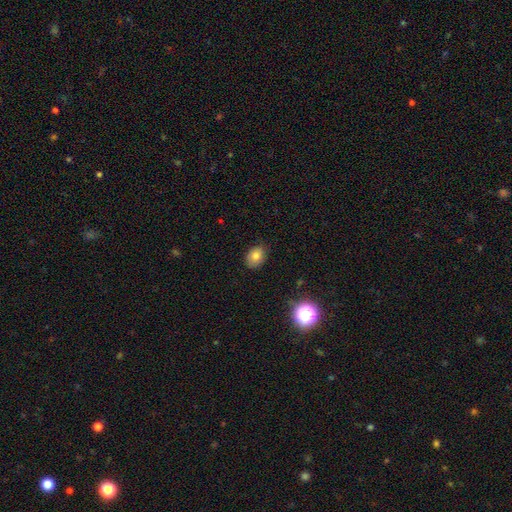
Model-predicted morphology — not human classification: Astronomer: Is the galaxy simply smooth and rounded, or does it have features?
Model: smooth — 77%.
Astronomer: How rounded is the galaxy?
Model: in between — 69%.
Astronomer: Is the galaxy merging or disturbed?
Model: none — 81%.